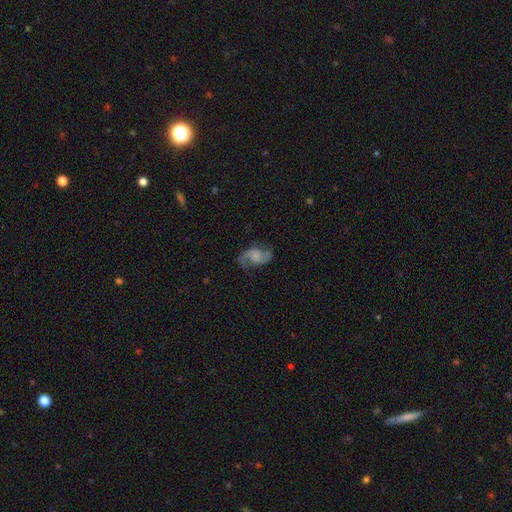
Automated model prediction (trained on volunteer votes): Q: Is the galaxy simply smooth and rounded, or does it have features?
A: featured or disk — 79%.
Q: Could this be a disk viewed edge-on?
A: no — 97%.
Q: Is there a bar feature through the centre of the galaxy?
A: no — 59%.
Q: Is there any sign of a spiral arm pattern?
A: yes — 95%.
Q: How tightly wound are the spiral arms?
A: loose — 52%.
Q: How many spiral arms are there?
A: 2 — 92%.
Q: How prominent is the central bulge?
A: none — 46%.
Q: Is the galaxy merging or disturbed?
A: none — 72%.